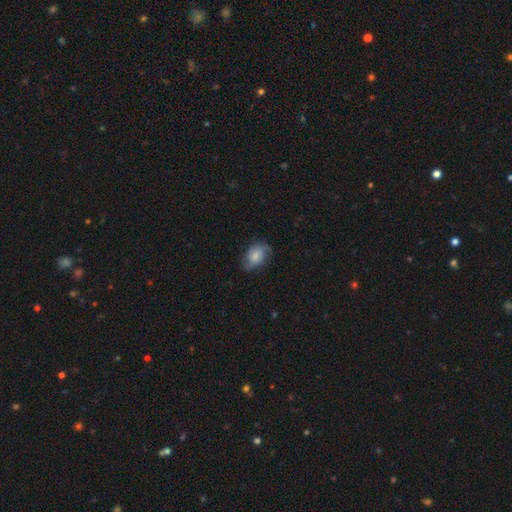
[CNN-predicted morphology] type=smooth (54%); roundness=in between (80%); merging=none (65%).